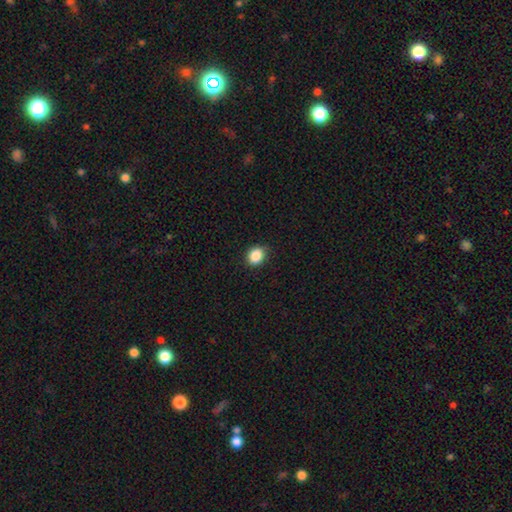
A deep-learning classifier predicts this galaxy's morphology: Smooth or featured: smooth — 87% (star or artifact — 10%)
How rounded: round — 56% (in between — 43%)
Merging: none — 84% (minor disturbance — 13%)